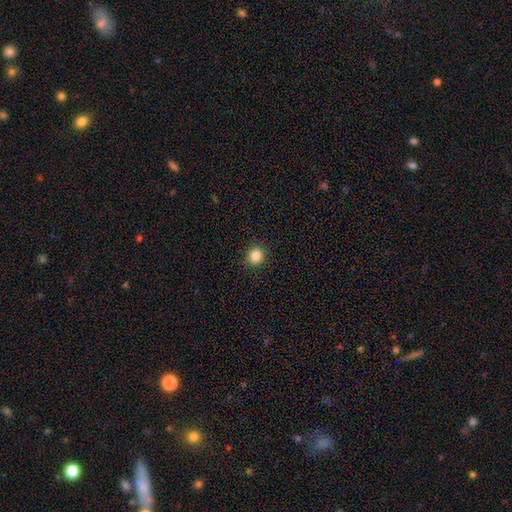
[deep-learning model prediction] Q: Smooth or featured?
A: smooth (85%); runner-up: star or artifact (11%)
Q: How rounded?
A: round (86%); runner-up: in between (13%)
Q: Merging?
A: none (91%); runner-up: minor disturbance (6%)